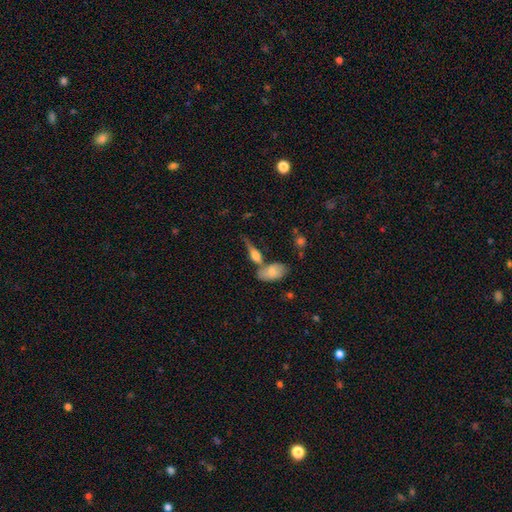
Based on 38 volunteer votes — Smooth or featured? featured or disk (66%)
Edge-on disk? yes (96%)
Edge-on bulge? rounded (83%)
Merging? none (51%)